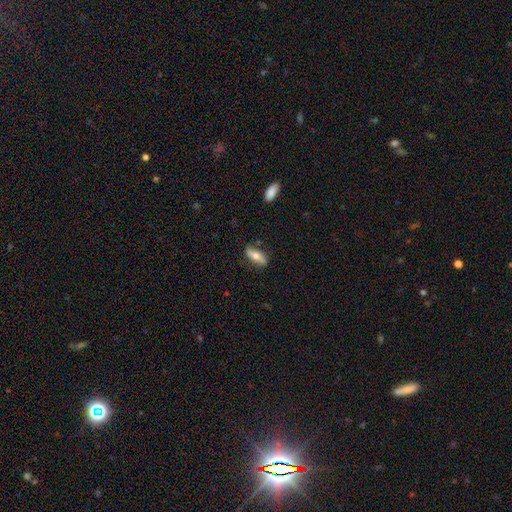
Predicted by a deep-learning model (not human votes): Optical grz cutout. It shows a smooth galaxy with no disk features (58%) that is in between round and cigar-shaped (61%). Merging: none (81%).